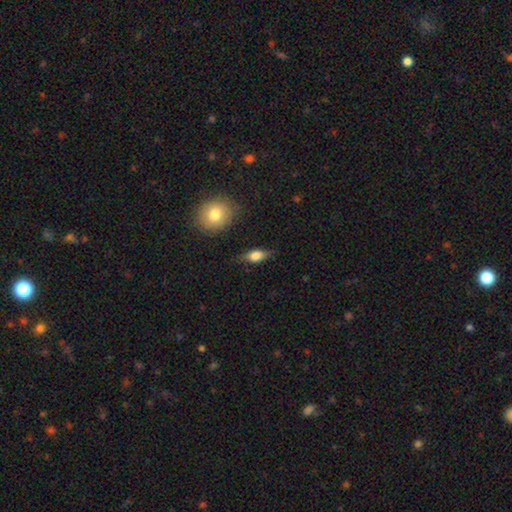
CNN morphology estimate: Smooth or featured? Predicted: smooth (p=0.67). How rounded? Predicted: in between (p=0.74). Merging? Predicted: none (p=0.73).